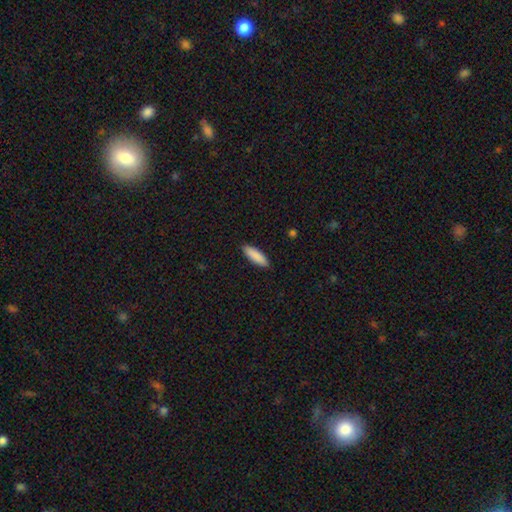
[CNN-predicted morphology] Overall: smooth (89%). How rounded: cigar-shaped (56%; in between 42%). Merging: none (90%).